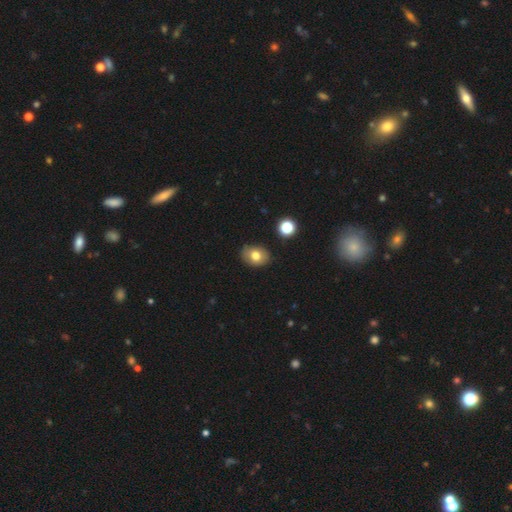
Overall: smooth (79%). How rounded: in between (55%; round 45%). Merging: none (84%).